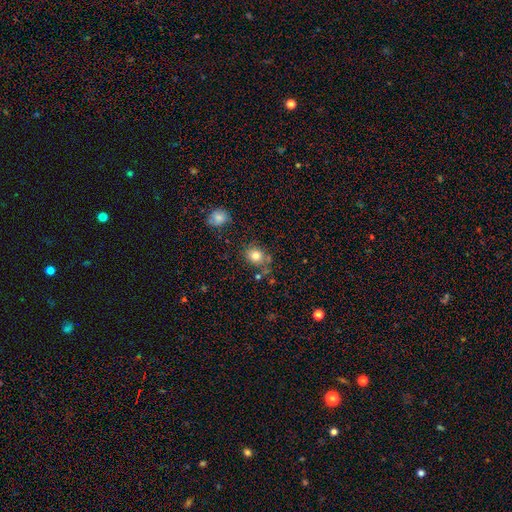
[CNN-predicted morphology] The model was most divided on "how rounded": round: 62%, in between: 37%, cigar-shaped: 1%. More confident: smooth or featured — smooth (79%); merging — none (68%).